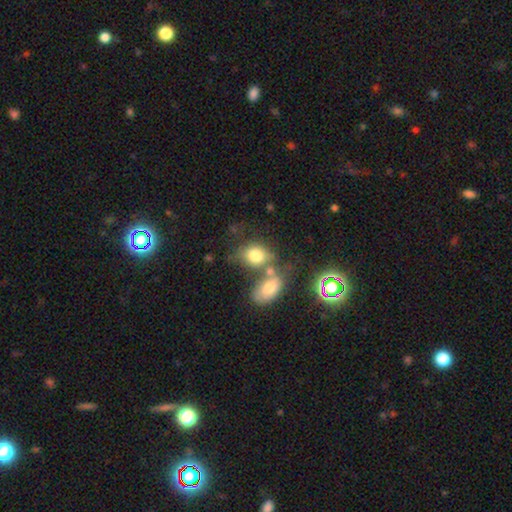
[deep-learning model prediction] Smooth or featured?
  - smooth: 74% *
  - featured or disk: 15%
  - star or artifact: 12%
How rounded?
  - in between: 63% *
  - round: 36%
  - cigar-shaped: 2%
Merging?
  - merger: 40% *
  - none: 37%
  - minor disturbance: 14%
  - major disturbance: 9%